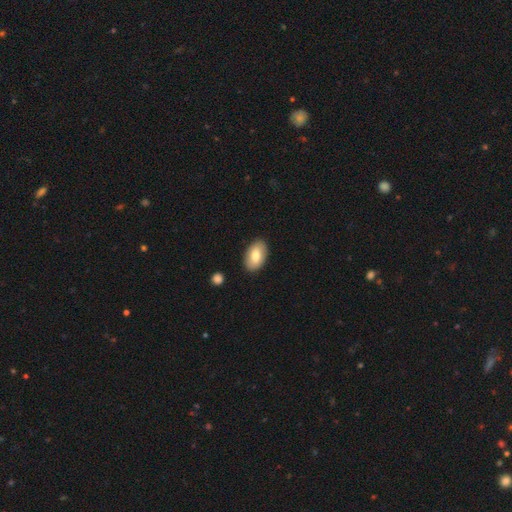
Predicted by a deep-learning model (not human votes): Morphology: type=smooth (75%); roundness=in between (93%); merging=none (88%).